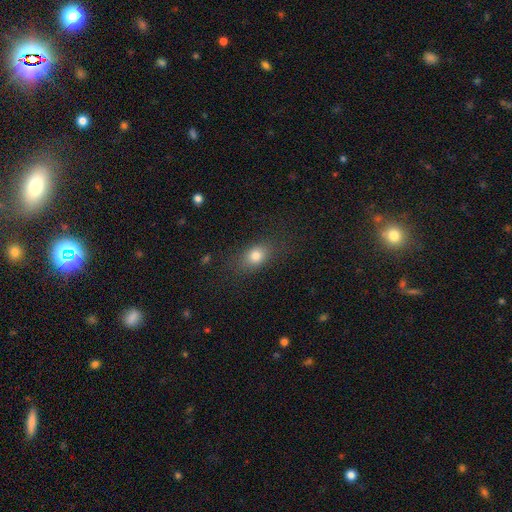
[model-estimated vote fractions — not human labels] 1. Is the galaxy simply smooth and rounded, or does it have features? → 79% smooth, 11% star or artifact, 10% featured or disk.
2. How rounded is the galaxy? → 66% in between, 30% round, 4% cigar-shaped.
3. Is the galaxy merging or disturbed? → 77% none, 15% minor disturbance, 7% major disturbance, 2% merger.